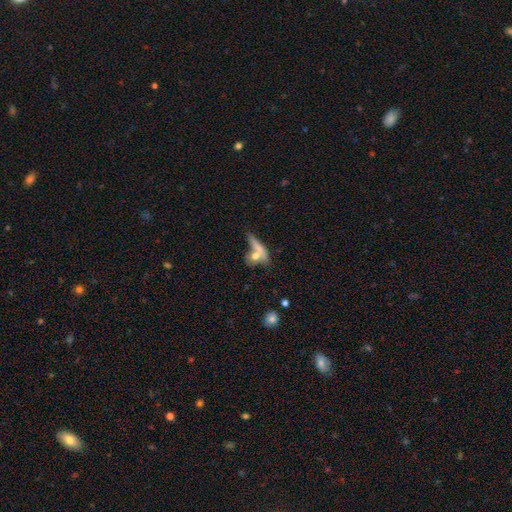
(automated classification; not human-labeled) smooth_or_featured: smooth (p=0.64) [alt: featured or disk p=0.27]
how_rounded: in between (p=0.45) [alt: cigar-shaped p=0.29]
merging: merger (p=0.40) [alt: none p=0.36]